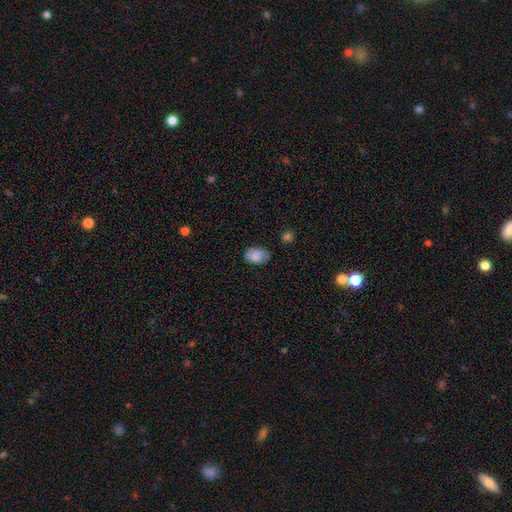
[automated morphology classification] This appears to be a smooth galaxy with no disk features (84%) that is in between round and cigar-shaped (87%). Merging: none (72%).